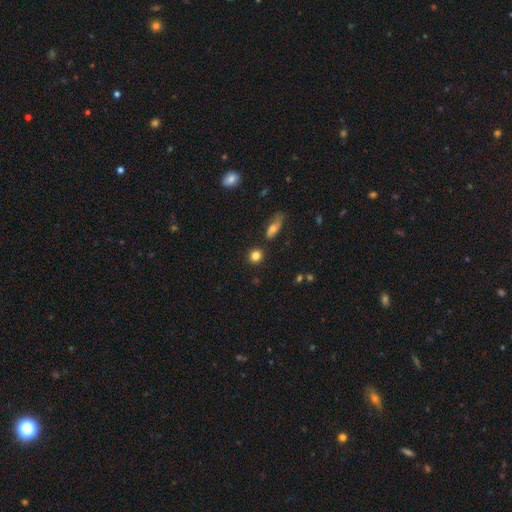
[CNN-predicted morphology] This is clearly a smooth galaxy (83%). How rounded: clearly round (85%). Merging: clearly none (84%).